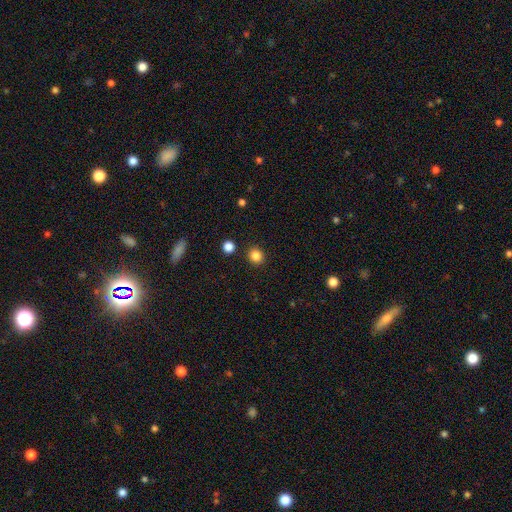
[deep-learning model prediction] A smooth galaxy with no disk features (84%) that is round (86%). Merging: none (90%).